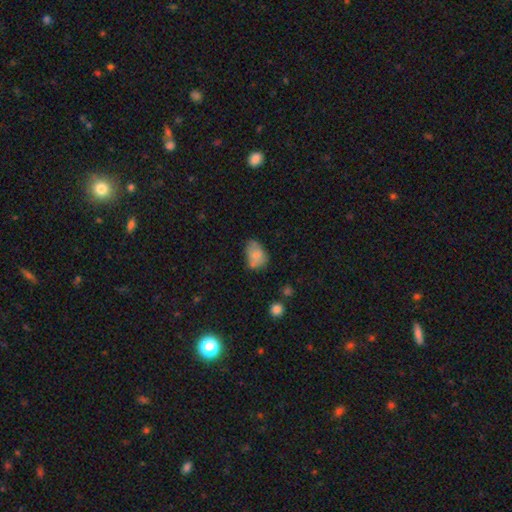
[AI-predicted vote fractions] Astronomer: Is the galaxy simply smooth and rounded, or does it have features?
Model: smooth — 72%.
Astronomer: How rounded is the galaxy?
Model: in between — 76%.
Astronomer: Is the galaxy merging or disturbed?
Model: none — 44% (runner-up: minor disturbance, 32%).